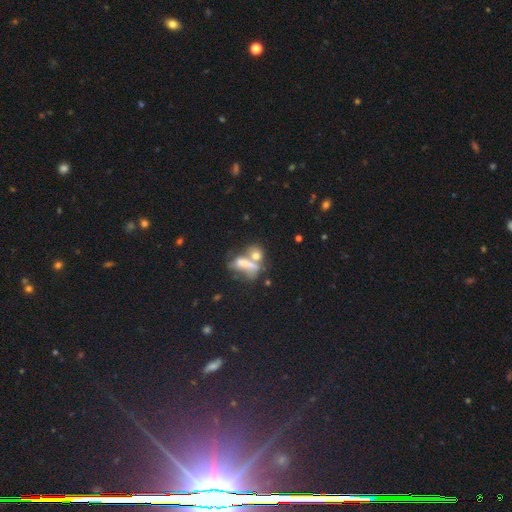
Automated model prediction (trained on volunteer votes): Smooth or featured?
  - smooth: 58% *
  - featured or disk: 28%
  - star or artifact: 14%
How rounded?
  - in between: 62% *
  - round: 24%
  - cigar-shaped: 14%
Merging?
  - merger: 56% *
  - none: 21%
  - major disturbance: 13%
  - minor disturbance: 10%